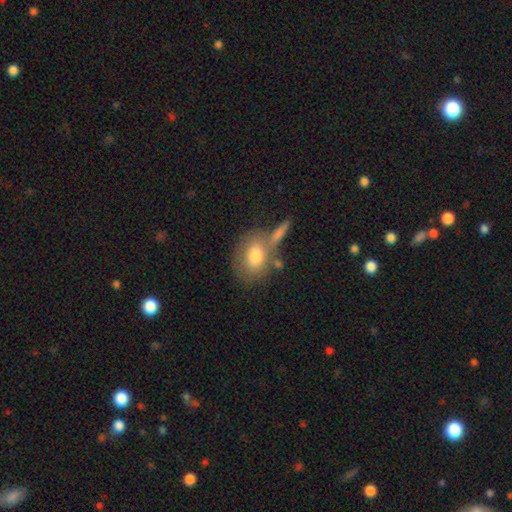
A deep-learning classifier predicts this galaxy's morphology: Smooth or featured: smooth — 75% (featured or disk — 17%)
How rounded: in between — 68% (round — 30%)
Merging: none — 53% (merger — 23%)